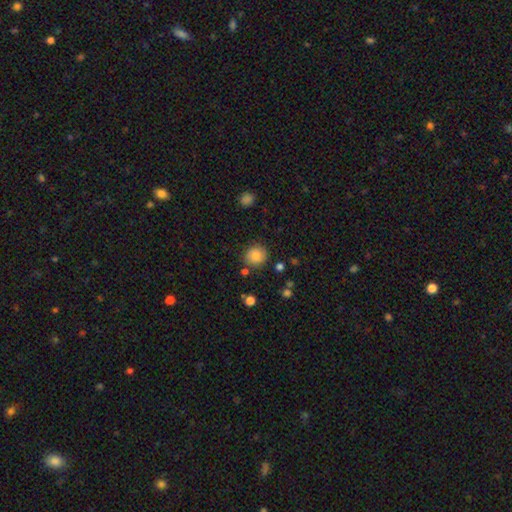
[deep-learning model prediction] Q: Smooth or featured?
A: smooth (81%); runner-up: star or artifact (10%)
Q: How rounded?
A: round (87%); runner-up: in between (12%)
Q: Merging?
A: none (83%); runner-up: minor disturbance (11%)